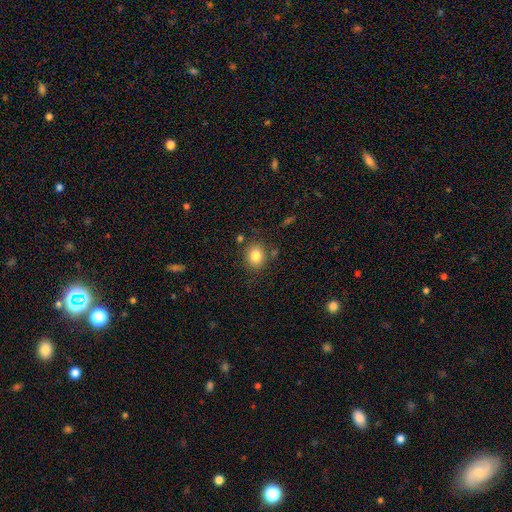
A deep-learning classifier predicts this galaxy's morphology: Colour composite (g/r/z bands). It shows a smooth galaxy with no disk features (82%) that is round (69%). Merging: none (80%).